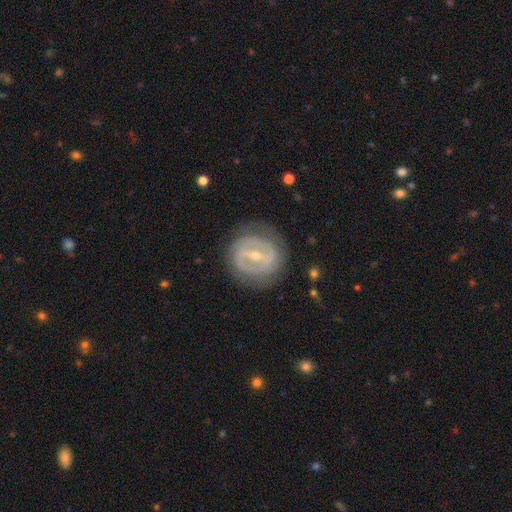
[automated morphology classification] Smooth or featured?
  - featured or disk: 81% *
  - smooth: 13%
  - star or artifact: 5%
Edge-on disk?
  - no: 95% *
  - yes: 5%
Bar?
  - strong: 55% *
  - weak: 34%
  - no: 11%
Spiral arms?
  - yes: 73% *
  - no: 27%
Spiral winding?
  - tight: 58% *
  - medium: 31%
  - loose: 11%
Spiral arm count?
  - 2: 60% *
  - can't tell: 24%
  - 3: 7%
  - 1: 4%
  - 4: 2%
  - more than 4: 2%
Bulge size?
  - small: 54% *
  - moderate: 43%
  - large: 1%
  - none: 1%
  - dominant: 1%
Merging?
  - none: 76% *
  - minor disturbance: 15%
  - major disturbance: 7%
  - merger: 1%